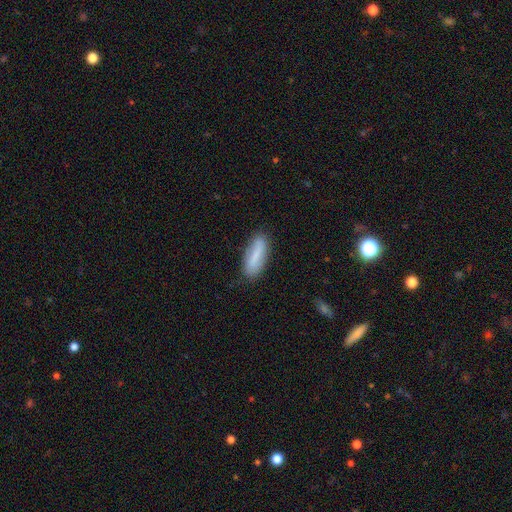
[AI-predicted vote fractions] Smooth or featured?
  - smooth: 75% *
  - featured or disk: 18%
  - star or artifact: 7%
How rounded?
  - in between: 56% *
  - cigar-shaped: 42%
  - round: 2%
Merging?
  - none: 79% *
  - minor disturbance: 16%
  - major disturbance: 3%
  - merger: 2%